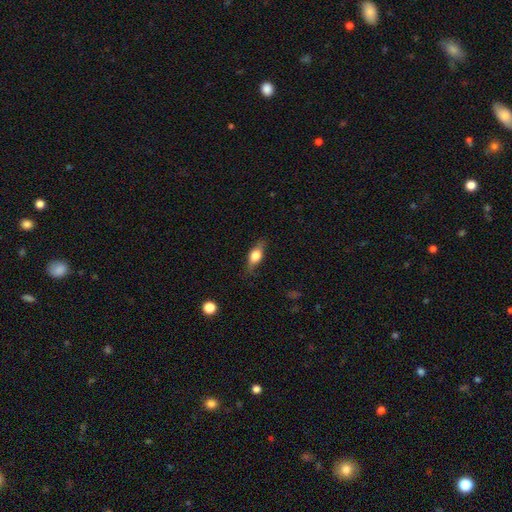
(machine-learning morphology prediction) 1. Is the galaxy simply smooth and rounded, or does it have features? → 61% smooth, 32% featured or disk, 8% star or artifact.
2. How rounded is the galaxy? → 69% in between, 23% cigar-shaped, 8% round.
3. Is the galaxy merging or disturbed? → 76% none, 18% minor disturbance, 5% major disturbance, 1% merger.